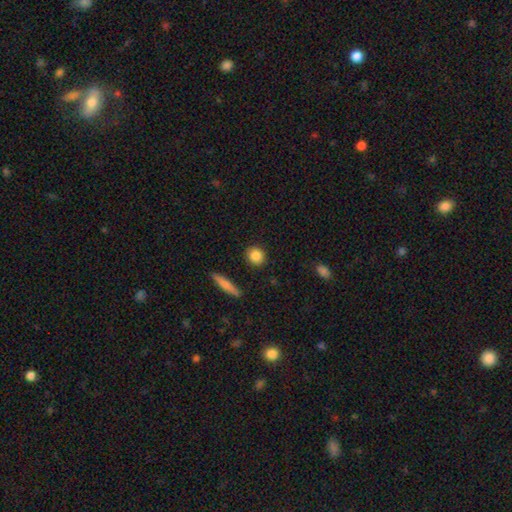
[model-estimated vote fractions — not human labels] Smooth or featured? smooth (86%)
How rounded? round (80%)
Merging? none (90%)